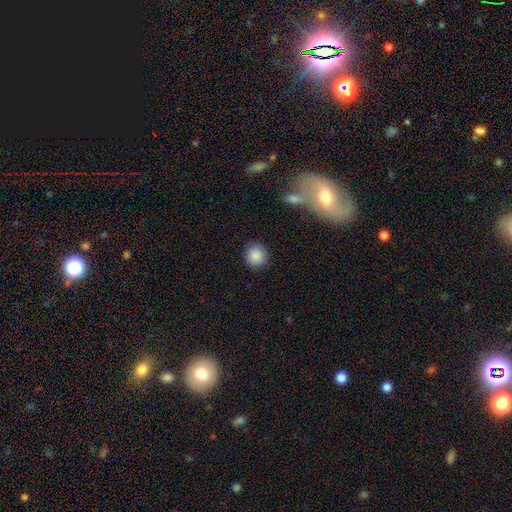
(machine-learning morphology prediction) The model was most divided on "how rounded": round: 85%, in between: 14%, cigar-shaped: 1%. More confident: merging — none (88%); smooth or featured — smooth (88%).